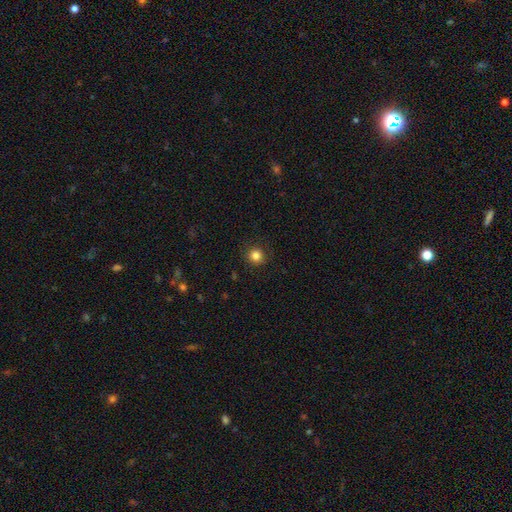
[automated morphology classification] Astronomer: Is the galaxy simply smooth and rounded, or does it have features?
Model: smooth — 83%.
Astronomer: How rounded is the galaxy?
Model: round — 94%.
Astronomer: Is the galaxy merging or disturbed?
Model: none — 90%.